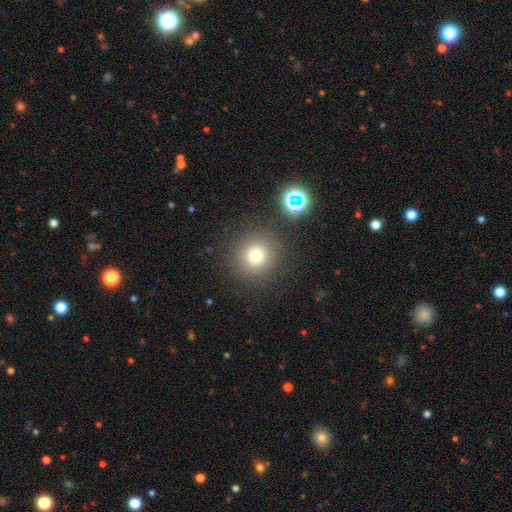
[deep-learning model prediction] This appears to be a smooth galaxy with no disk features (74%) that is round (94%). Merging: none (87%).